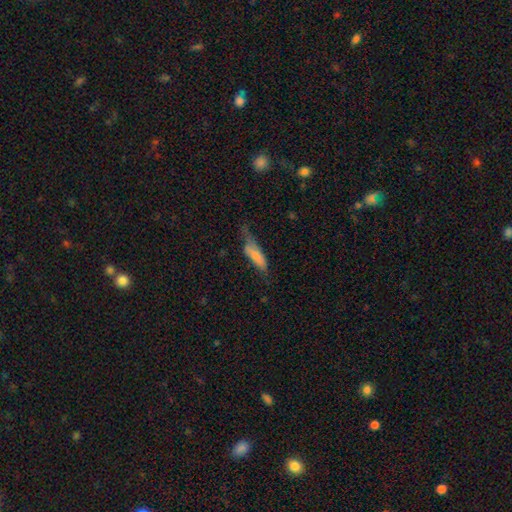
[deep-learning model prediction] This appears to be a smooth galaxy with no disk features (69%) that is in between round and cigar-shaped (53%). Merging: minor disturbance (37%).